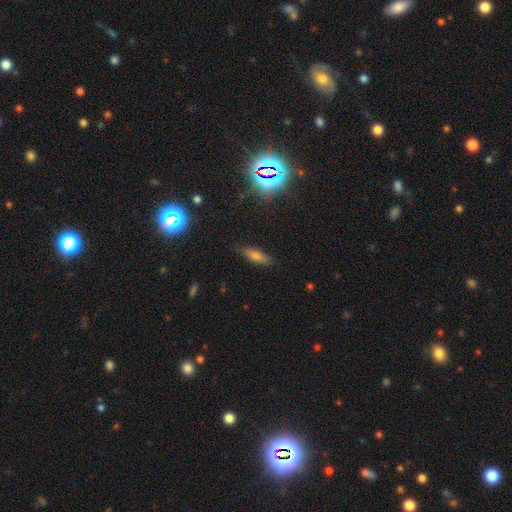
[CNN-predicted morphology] This is likely a smooth galaxy (67%). How rounded: possibly cigar-shaped (54%). Merging: clearly none (83%).